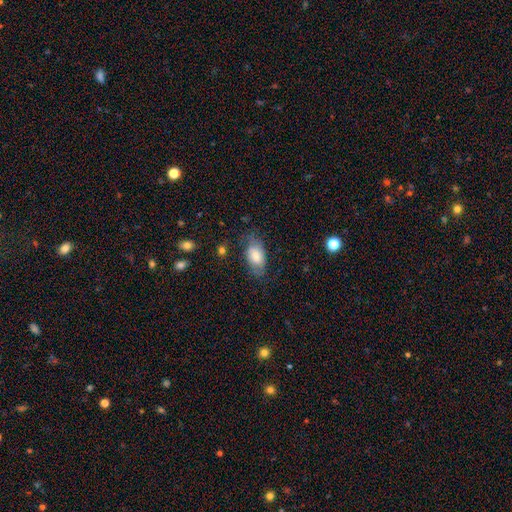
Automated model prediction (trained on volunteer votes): Smooth or featured? Predicted: smooth (p=0.72). How rounded? Predicted: in between (p=0.91). Merging? Predicted: none (p=0.60).